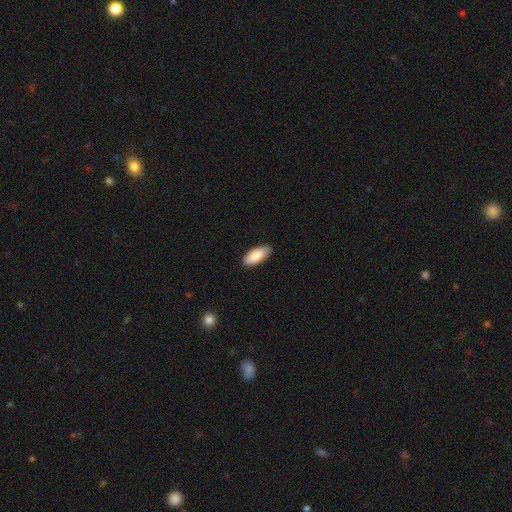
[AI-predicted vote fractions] A smooth galaxy with no disk features (87%) that is in between round and cigar-shaped (89%).

Vote fractions:
- Smooth or featured? smooth: 87% / featured or disk: 8% / star or artifact: 6%
- How rounded? in between: 89% / cigar-shaped: 10% / round: 2%
- Merging? none: 87% / minor disturbance: 10% / major disturbance: 2% / merger: 1%